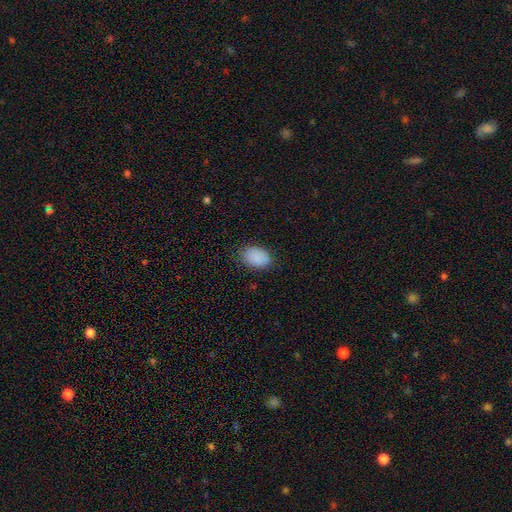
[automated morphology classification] smooth_or_featured: smooth (p=0.89) [alt: star or artifact p=0.08]
how_rounded: in between (p=0.88) [alt: round p=0.11]
merging: none (p=0.82) [alt: minor disturbance p=0.14]